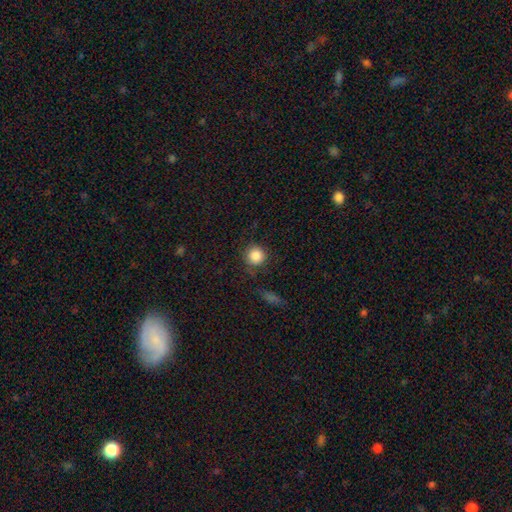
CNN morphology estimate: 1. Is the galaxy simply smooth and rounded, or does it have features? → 86% smooth, 10% star or artifact, 5% featured or disk.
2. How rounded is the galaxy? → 93% round, 5% in between, 1% cigar-shaped.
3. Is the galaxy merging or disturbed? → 80% none, 12% minor disturbance, 4% major disturbance, 3% merger.